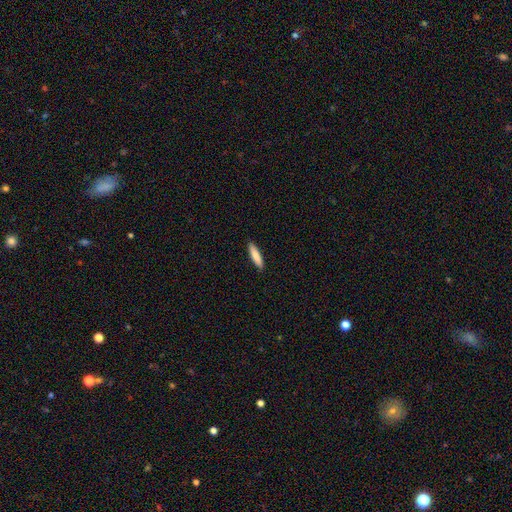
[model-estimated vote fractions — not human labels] smooth-or-featured: smooth: 85% | featured or disk: 10% | star or artifact: 6%
  how-rounded: cigar-shaped: 78% | in between: 20% | round: 1%
  merging: none: 89% | minor disturbance: 8% | major disturbance: 2% | merger: 1%